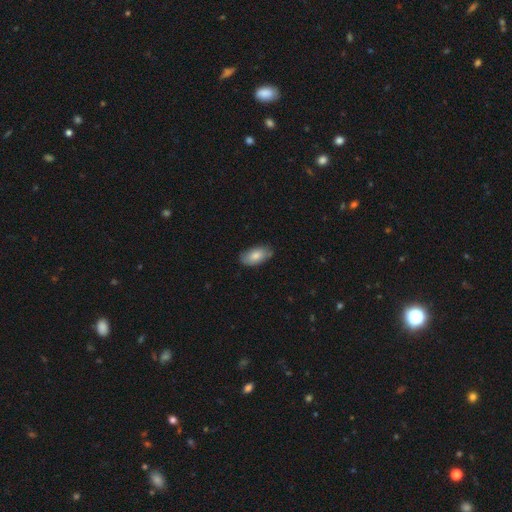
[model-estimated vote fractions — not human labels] smooth 80%, featured or disk 14%, star or artifact 6%. Down the decision tree: how rounded — in between (94%); merging — none (78%).